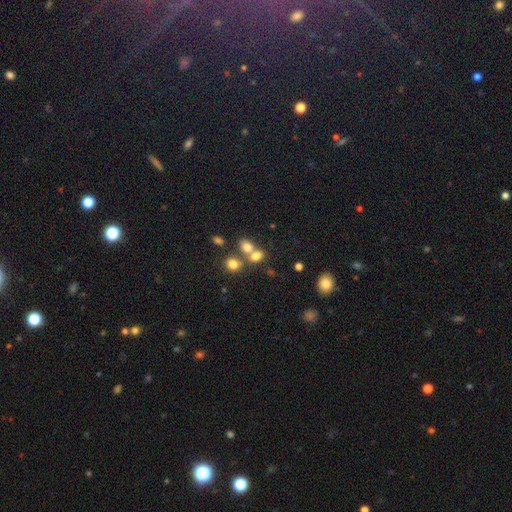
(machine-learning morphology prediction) Smooth or featured? smooth (72%)
How rounded? in between (66%)
Merging? merger (47%)